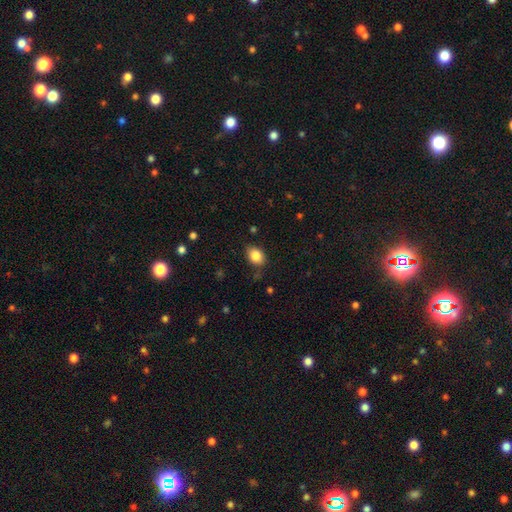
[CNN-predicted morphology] Smooth or featured?
  - smooth: 84% *
  - star or artifact: 9%
  - featured or disk: 7%
How rounded?
  - in between: 70% *
  - round: 29%
  - cigar-shaped: 1%
Merging?
  - none: 81% *
  - minor disturbance: 14%
  - major disturbance: 3%
  - merger: 2%